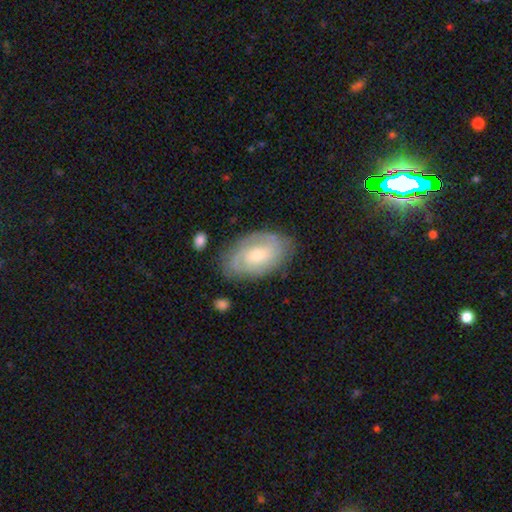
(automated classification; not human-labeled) The model was most divided on "spiral arm count" (2-way tie): can't tell: 38%, 2: 38%, 3: 12%, 1: 5%, 4: 4%, more than 4: 3%; "bulge size" (2-way tie): small: 47%, moderate: 47%, large: 3%, none: 2%, dominant: 1%. More confident: edge-on disk — no (95%); spiral arms — yes (86%); merging — none (77%); smooth or featured — featured or disk (64%); bar — no (59%); spiral winding — tight (58%).